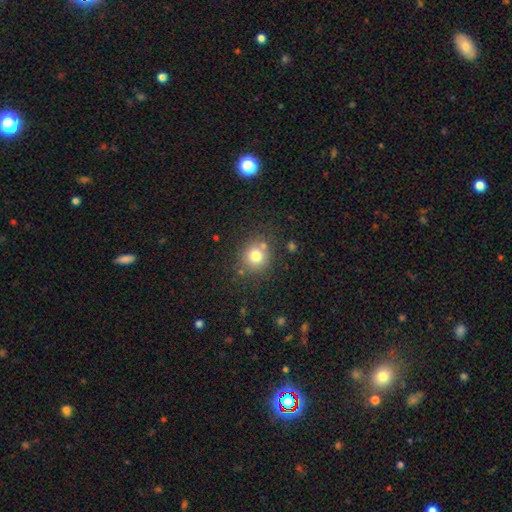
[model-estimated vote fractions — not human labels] The model was most divided on "smooth or featured": smooth: 76%, star or artifact: 14%, featured or disk: 10%. More confident: how rounded — round (87%); merging — none (76%).